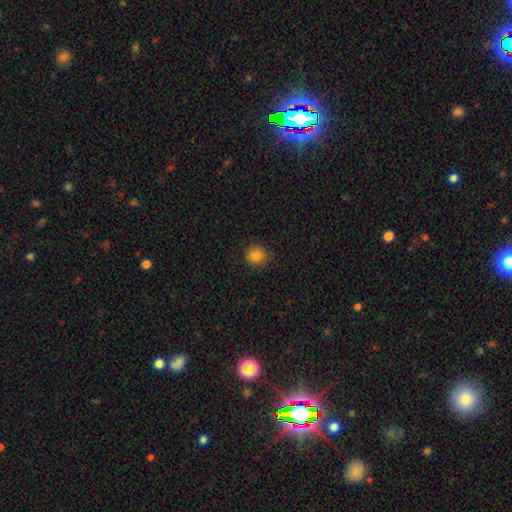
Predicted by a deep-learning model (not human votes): Overall: smooth (85%). How rounded: round (89%). Merging: none (88%).